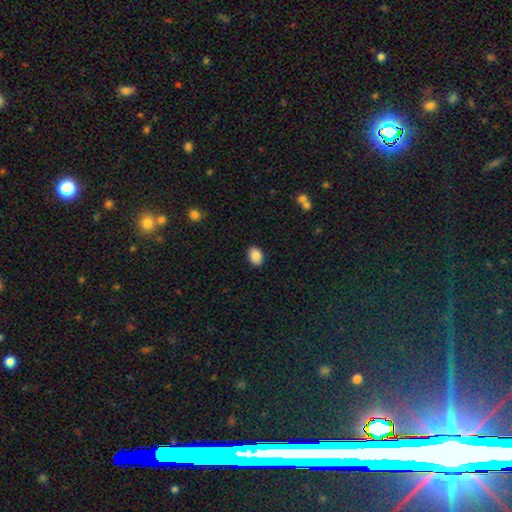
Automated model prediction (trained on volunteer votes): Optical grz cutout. It shows a smooth galaxy with no disk features (88%) that is in between round and cigar-shaped (75%). Merging: none (89%).